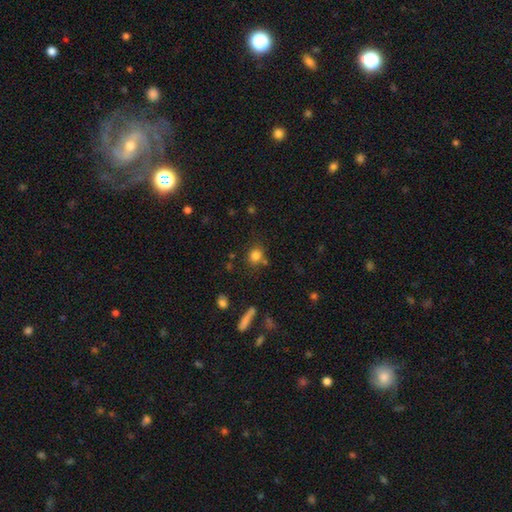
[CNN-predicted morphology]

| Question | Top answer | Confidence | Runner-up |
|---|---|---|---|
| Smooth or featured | smooth | 81% | star or artifact (12%) |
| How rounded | round | 76% | in between (22%) |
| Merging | none | 71% | minor disturbance (13%) |